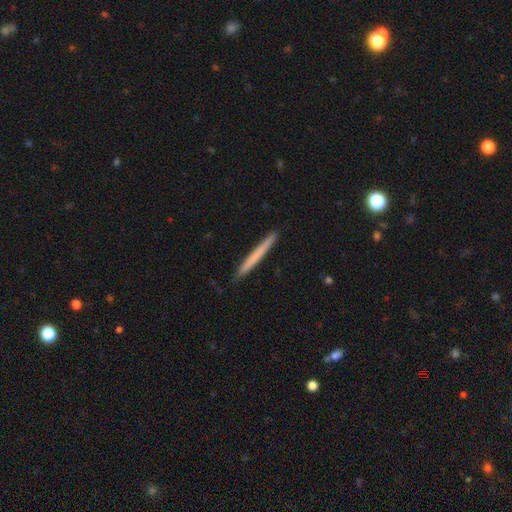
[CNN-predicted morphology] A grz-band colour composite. It shows a smooth galaxy with no disk features (63%) that is cigar-shaped (97%). Merging: none (91%).